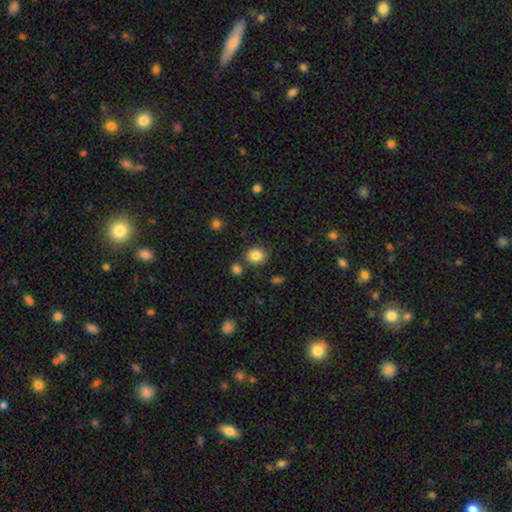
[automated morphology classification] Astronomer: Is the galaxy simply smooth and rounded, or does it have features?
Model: smooth — 85%.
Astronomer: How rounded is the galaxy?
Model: round — 69%.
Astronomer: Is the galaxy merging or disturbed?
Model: none — 80%.